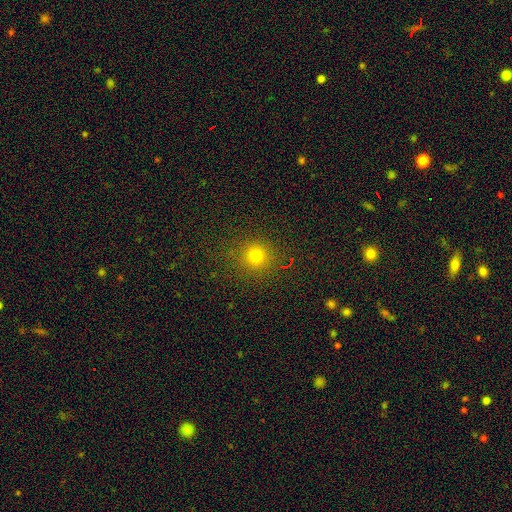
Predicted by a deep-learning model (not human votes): This is likely a smooth galaxy (75%). How rounded: clearly round (92%). Merging: clearly none (88%).